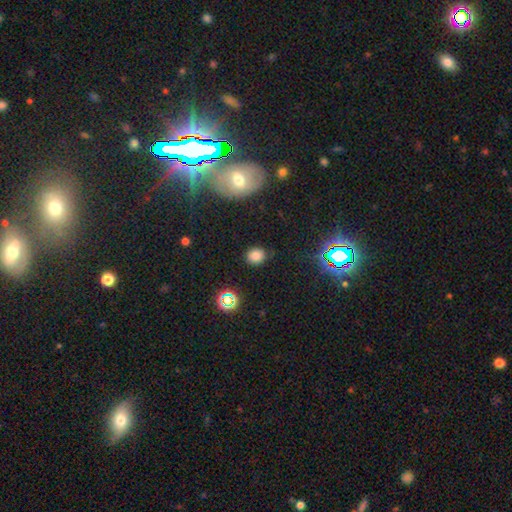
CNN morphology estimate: Overall: smooth (77%). How rounded: round (67%; in between 32%). Merging: none (85%).